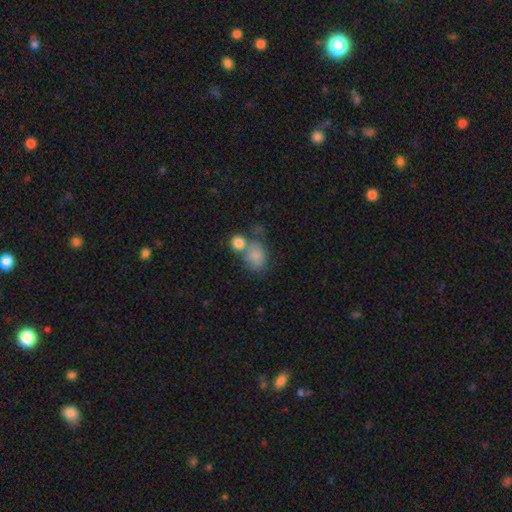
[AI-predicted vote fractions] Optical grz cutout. It shows a smooth galaxy with no disk features (81%) that is in between round and cigar-shaped (52%). Merging: merger (45%).